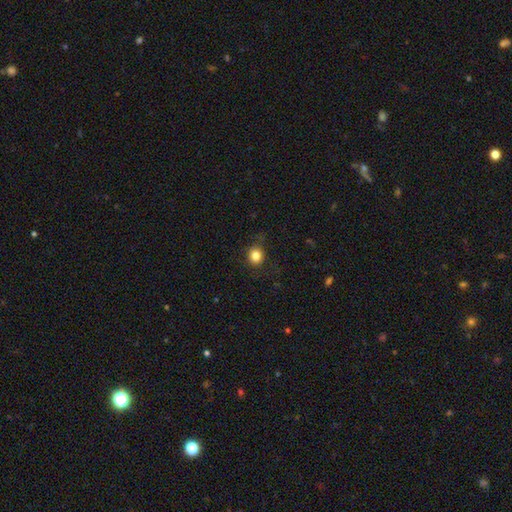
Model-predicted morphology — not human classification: Smooth or featured?
  - smooth: 82% *
  - star or artifact: 12%
  - featured or disk: 6%
How rounded?
  - round: 84% *
  - in between: 15%
  - cigar-shaped: 1%
Merging?
  - none: 81% *
  - minor disturbance: 13%
  - major disturbance: 4%
  - merger: 1%